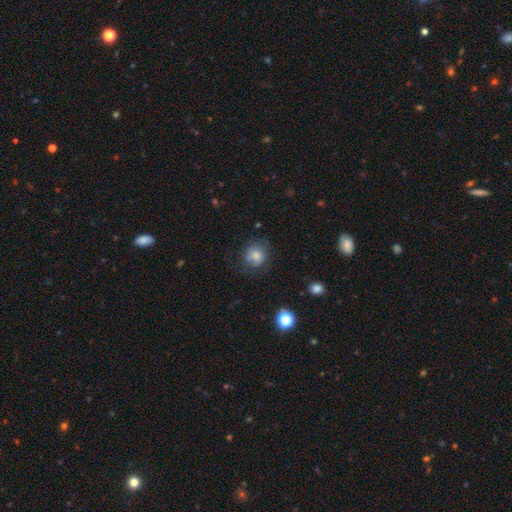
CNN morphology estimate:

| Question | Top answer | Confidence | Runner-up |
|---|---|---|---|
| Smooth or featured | smooth | 73% | featured or disk (16%) |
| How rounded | round | 77% | in between (22%) |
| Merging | none | 65% | minor disturbance (22%) |